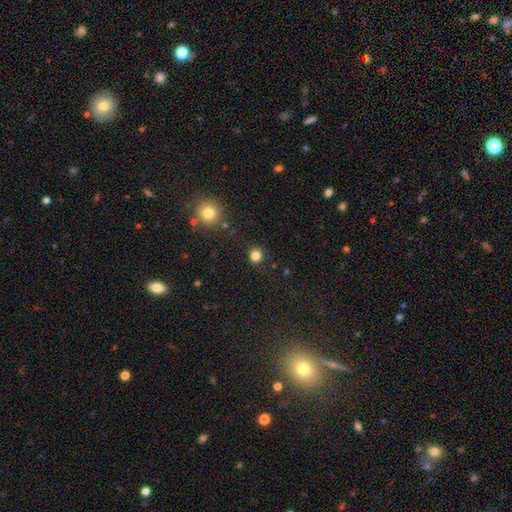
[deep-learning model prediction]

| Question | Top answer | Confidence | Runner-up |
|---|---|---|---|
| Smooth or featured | smooth | 82% | star or artifact (14%) |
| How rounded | round | 90% | in between (9%) |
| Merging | none | 90% | minor disturbance (6%) |